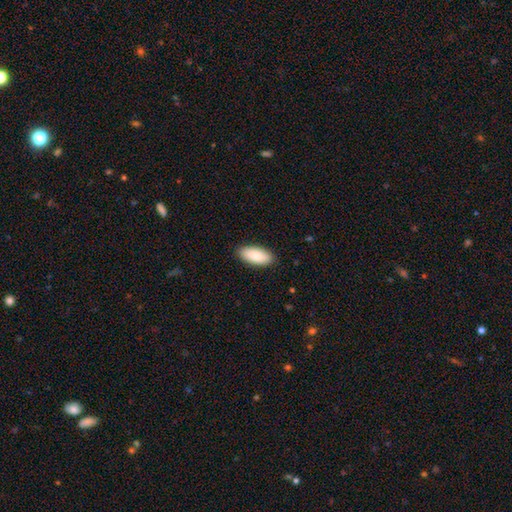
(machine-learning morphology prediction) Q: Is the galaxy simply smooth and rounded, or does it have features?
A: smooth — 89%.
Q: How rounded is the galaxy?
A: in between — 90%.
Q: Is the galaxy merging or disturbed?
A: none — 89%.